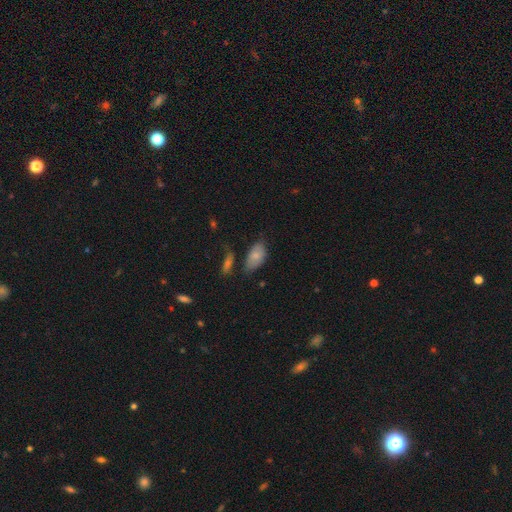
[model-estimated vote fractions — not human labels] smooth 78%, featured or disk 15%, star or artifact 7%. Down the decision tree: how rounded — in between (92%); merging — none (57%).